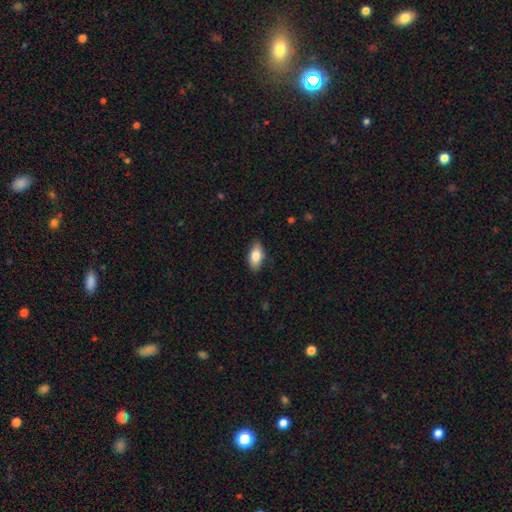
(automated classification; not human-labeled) Smooth or featured? Predicted: smooth (p=0.80). How rounded? Predicted: in between (p=0.89). Merging? Predicted: none (p=0.84).